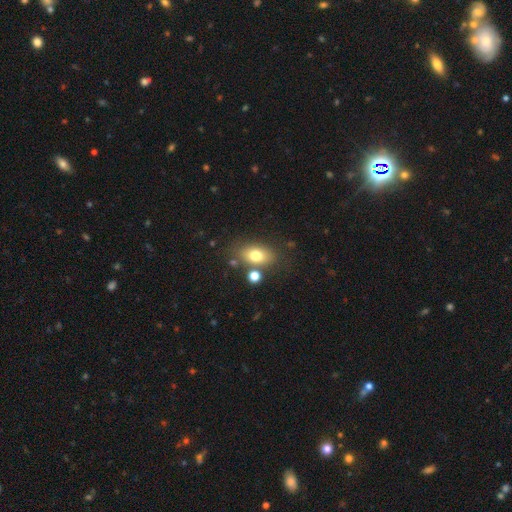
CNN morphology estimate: Smooth or featured?
  - smooth: 75% *
  - featured or disk: 14%
  - star or artifact: 10%
How rounded?
  - in between: 82% *
  - round: 15%
  - cigar-shaped: 3%
Merging?
  - none: 72% *
  - minor disturbance: 13%
  - merger: 10%
  - major disturbance: 5%